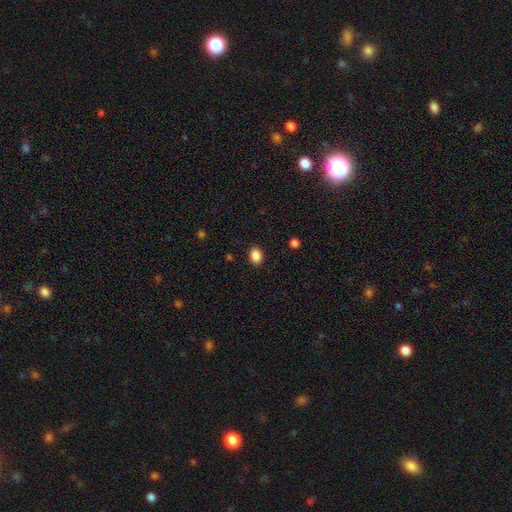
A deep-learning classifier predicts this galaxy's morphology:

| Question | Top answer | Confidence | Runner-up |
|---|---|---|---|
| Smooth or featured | smooth | 88% | star or artifact (9%) |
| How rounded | in between | 61% | round (38%) |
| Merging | none | 89% | minor disturbance (8%) |